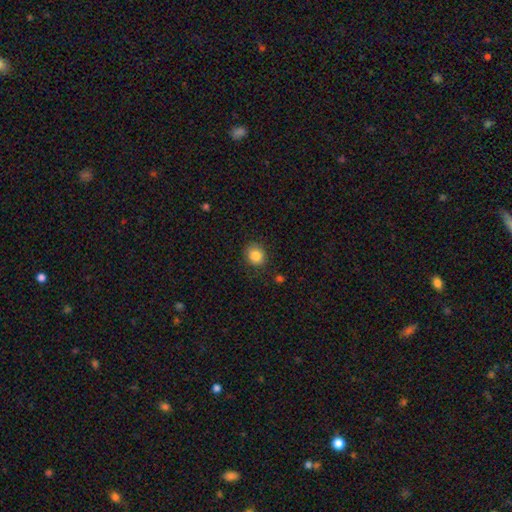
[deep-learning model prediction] Overall: smooth (84%). How rounded: round (73%). Merging: none (85%).